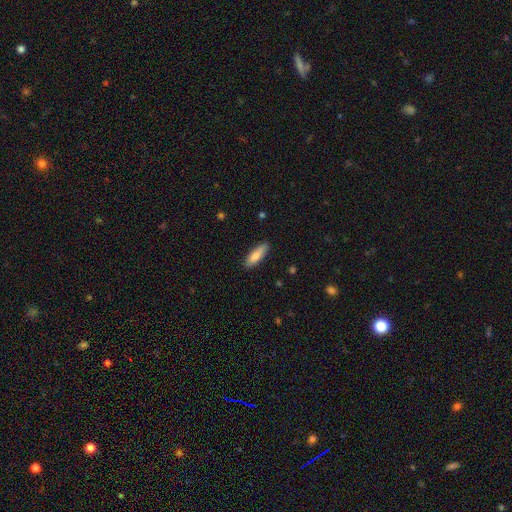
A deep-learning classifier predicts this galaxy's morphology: A smooth galaxy with no disk features (82%) that is cigar-shaped (50%). Merging: none (85%).